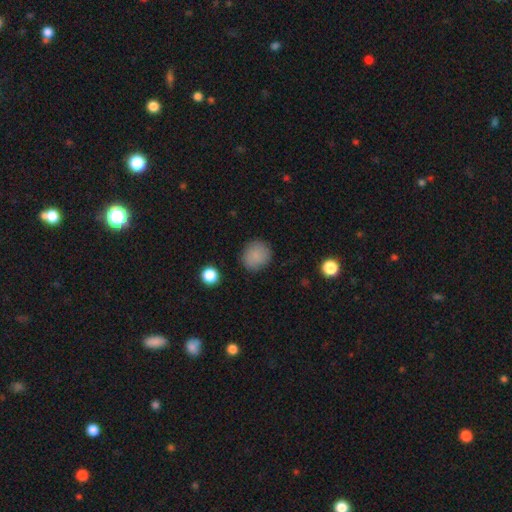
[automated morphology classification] The model was most divided on "how rounded": round: 84%, in between: 15%, cigar-shaped: 1%. More confident: smooth or featured — smooth (86%); merging — none (85%).